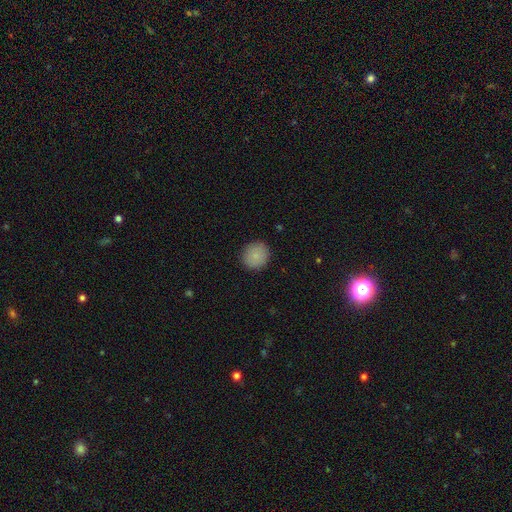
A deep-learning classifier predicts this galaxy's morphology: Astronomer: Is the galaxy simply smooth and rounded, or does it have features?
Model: smooth — 88%.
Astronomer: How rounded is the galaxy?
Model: round — 88%.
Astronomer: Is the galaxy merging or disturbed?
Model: none — 90%.